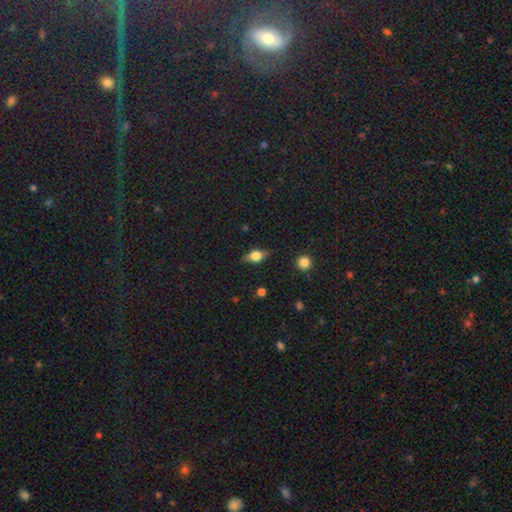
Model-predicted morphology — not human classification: type=smooth (56%); roundness=in between (73%); merging=none (82%).